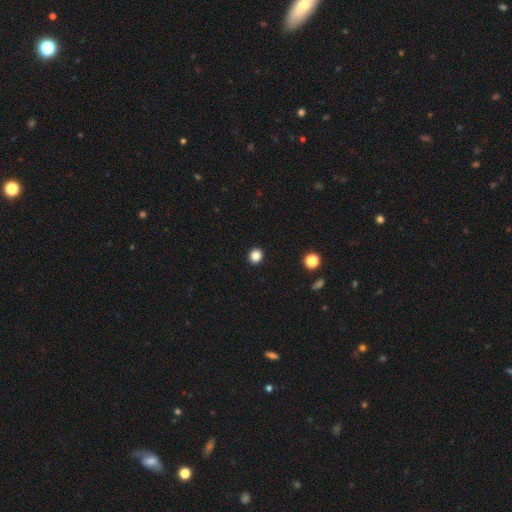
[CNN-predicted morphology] smooth 85%, star or artifact 12%, featured or disk 3%. Down the decision tree: how rounded — round (87%); merging — none (93%).